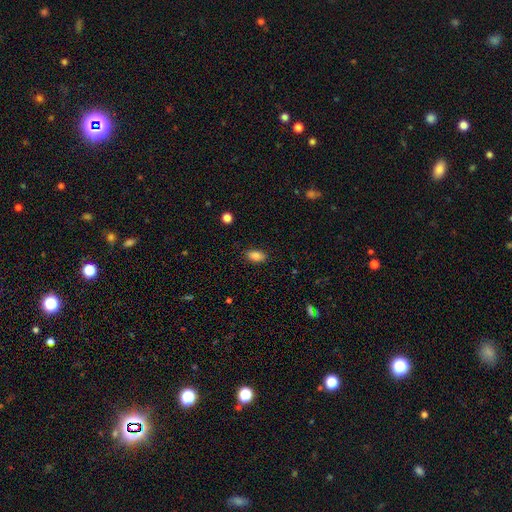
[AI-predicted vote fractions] This appears to be a smooth galaxy with no disk features (83%) that is in between round and cigar-shaped (89%). Merging: none (87%).